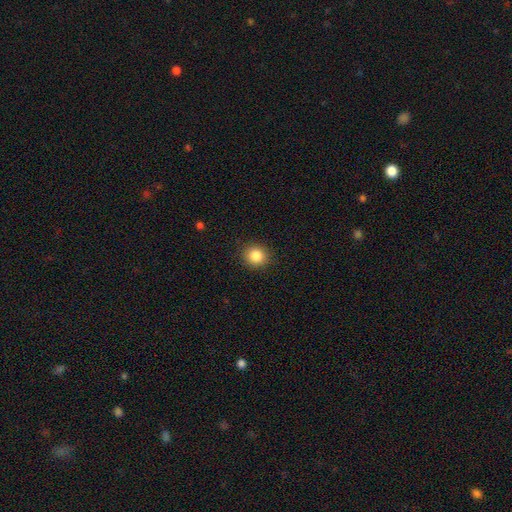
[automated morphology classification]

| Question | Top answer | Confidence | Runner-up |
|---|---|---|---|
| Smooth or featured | smooth | 85% | star or artifact (10%) |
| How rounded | round | 85% | in between (14%) |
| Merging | none | 91% | minor disturbance (6%) |